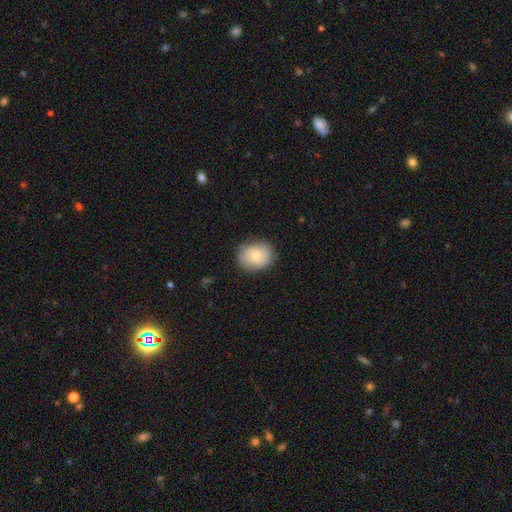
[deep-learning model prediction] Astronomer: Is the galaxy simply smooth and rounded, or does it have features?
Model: smooth — 75%.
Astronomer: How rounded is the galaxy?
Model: round — 60% (runner-up: in between, 39%).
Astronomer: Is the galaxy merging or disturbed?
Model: none — 82%.